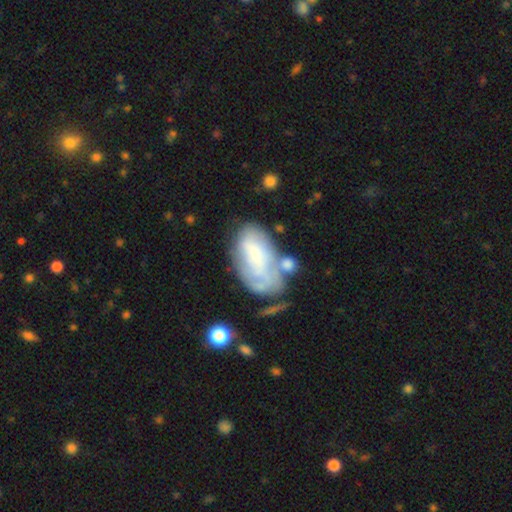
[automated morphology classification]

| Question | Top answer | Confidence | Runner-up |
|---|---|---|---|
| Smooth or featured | smooth | 49% | featured or disk (42%) |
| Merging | none | 34% | minor disturbance (26%) |